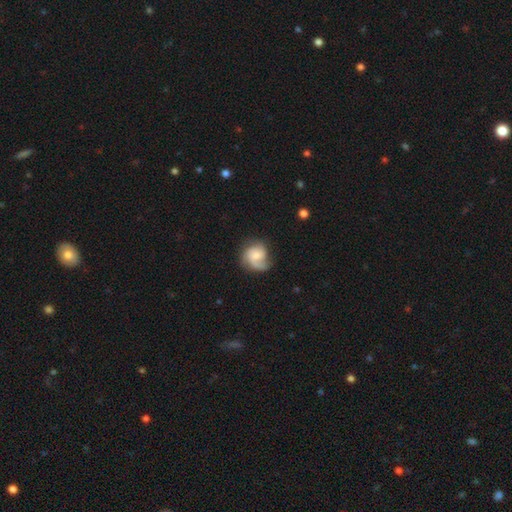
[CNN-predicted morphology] This appears to be a featured or disk galaxy (67%) with no bar (68%), 2 (38%) medium (44%) spiral arms (93%) and a small central bulge (50%). Merging: none (63%).